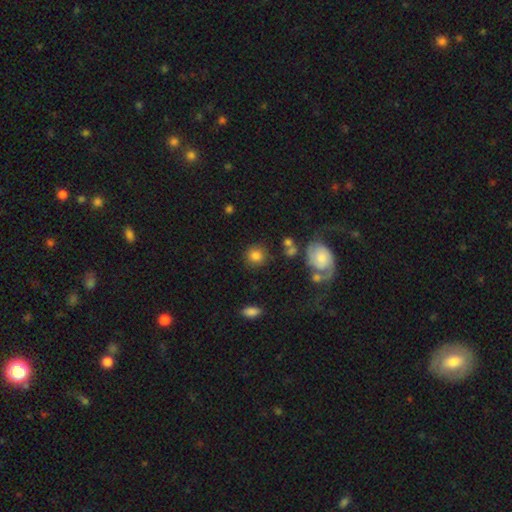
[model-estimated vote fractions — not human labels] This is likely a smooth galaxy (80%). How rounded: clearly round (86%). Merging: likely none (79%).